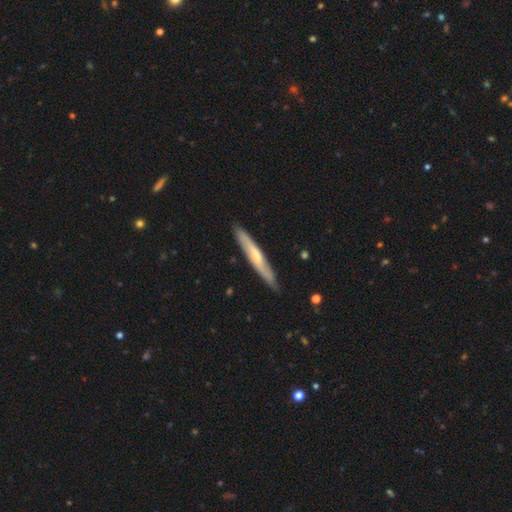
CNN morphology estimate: type=featured or disk (55%); edge-on=yes (81%); merging=none (86%).